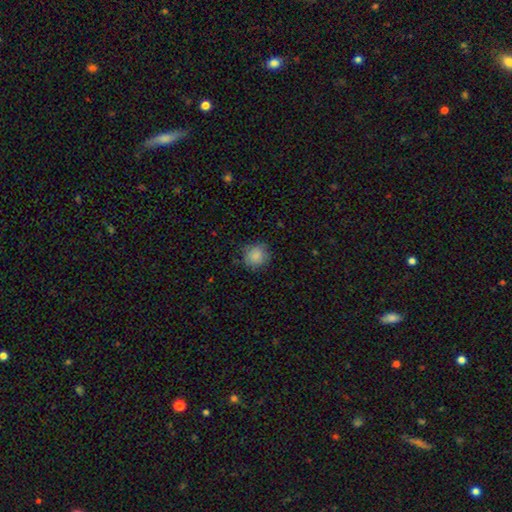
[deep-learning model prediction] This appears to be a smooth galaxy with no disk features (85%) that is round (88%). Merging: none (79%).